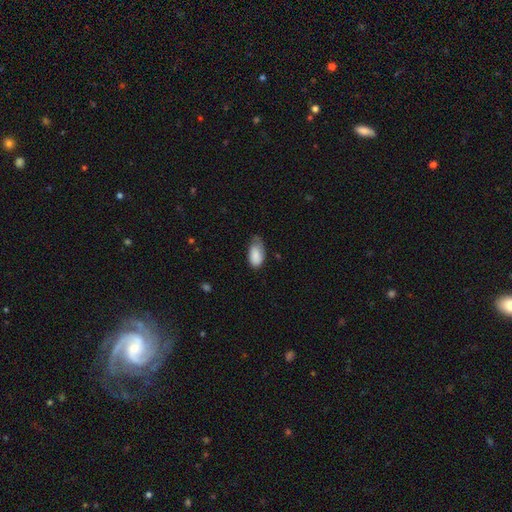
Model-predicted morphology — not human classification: Overall: smooth (84%). How rounded: in between (94%). Merging: minor disturbance (43%; none 40%).